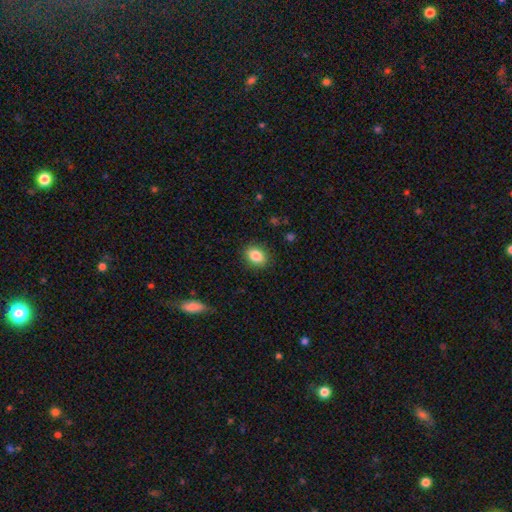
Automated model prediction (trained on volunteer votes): smooth 85%, star or artifact 9%, featured or disk 6%. Down the decision tree: how rounded — in between (68%); merging — none (87%).